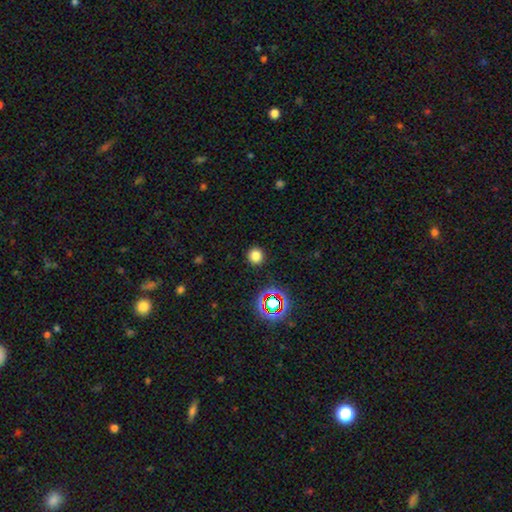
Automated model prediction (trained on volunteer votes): The model was most divided on "smooth or featured": smooth: 77%, star or artifact: 18%, featured or disk: 5%. More confident: how rounded — round (93%); merging — none (91%).